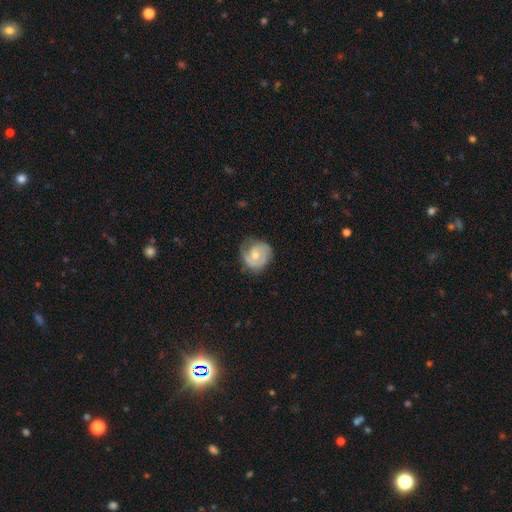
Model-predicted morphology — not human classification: Overall: featured or disk (67%). Edge-on disk: no (98%). Bar: no (72%). Spiral arms: yes (87%). Spiral arm count: 2 (46%; 1 29%). Spiral winding: tight (56%; medium 32%). Bulge size: moderate (58%; small 36%). Merging: none (63%; minor disturbance 25%).